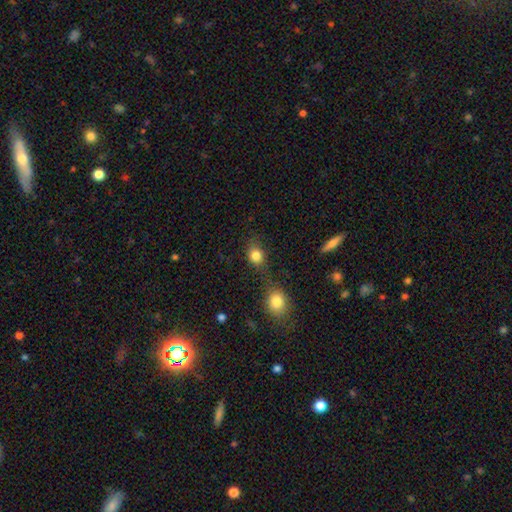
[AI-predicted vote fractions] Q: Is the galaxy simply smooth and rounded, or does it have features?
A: smooth — 82%.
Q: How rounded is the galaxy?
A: round — 65%.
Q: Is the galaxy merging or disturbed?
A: none — 53%.